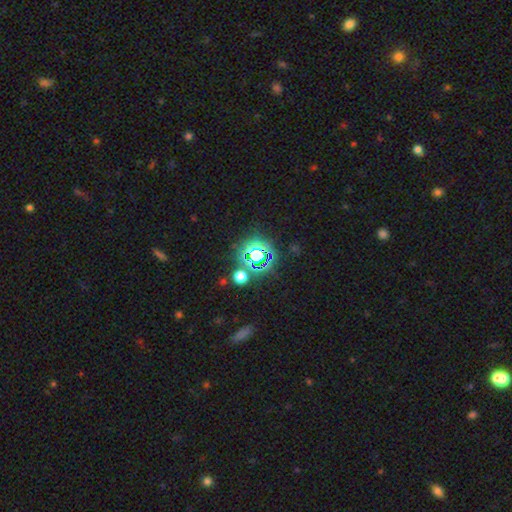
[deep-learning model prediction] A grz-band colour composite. It shows a star or artifact, not a galaxy (69%).